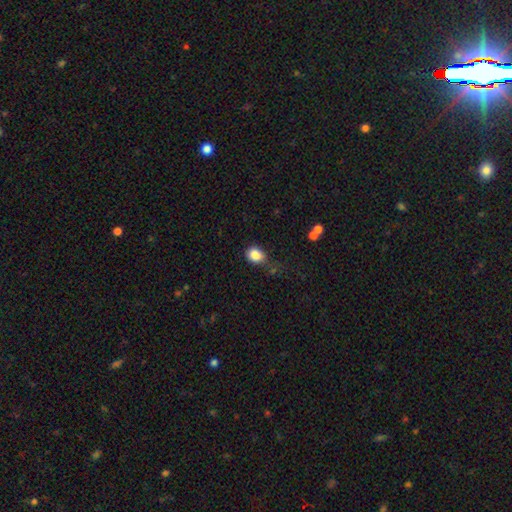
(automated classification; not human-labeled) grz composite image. It shows a smooth galaxy with no disk features (85%) that is round (52%). Merging: none (57%).